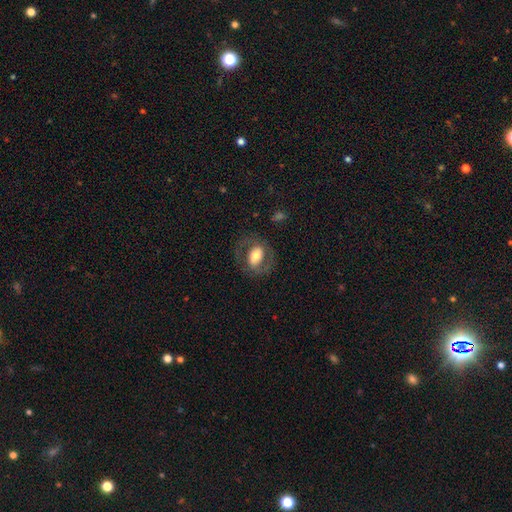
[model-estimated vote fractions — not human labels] Q: Smooth or featured?
A: featured or disk (50%); runner-up: smooth (43%)
Q: Edge-on disk?
A: no (94%); runner-up: yes (6%)
Q: Merging?
A: none (70%); runner-up: minor disturbance (15%)